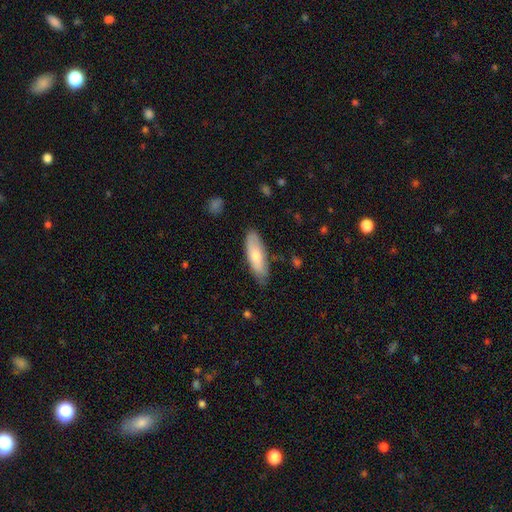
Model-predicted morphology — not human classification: smooth_or_featured: smooth (p=0.66) [alt: featured or disk p=0.28]
how_rounded: in between (p=0.61) [alt: cigar-shaped p=0.38]
merging: none (p=0.79) [alt: minor disturbance p=0.16]